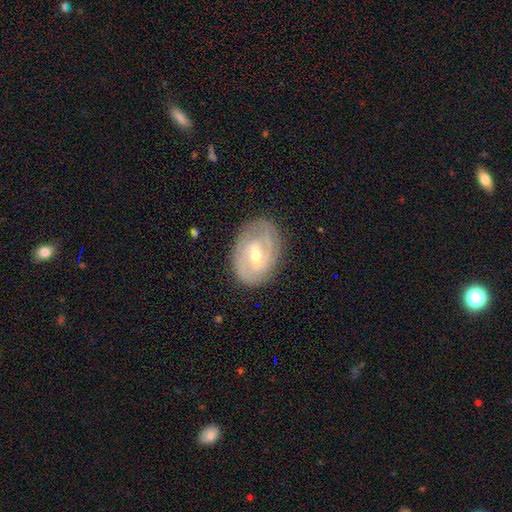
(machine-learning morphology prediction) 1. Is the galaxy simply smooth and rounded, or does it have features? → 80% featured or disk, 15% smooth, 6% star or artifact.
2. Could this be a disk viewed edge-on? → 95% no, 5% yes.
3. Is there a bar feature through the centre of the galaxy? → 51% weak, 30% strong, 19% no.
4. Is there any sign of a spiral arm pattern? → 84% yes, 16% no.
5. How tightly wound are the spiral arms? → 63% tight, 28% medium, 9% loose.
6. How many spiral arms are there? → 51% 2, 29% can't tell, 10% 3, 5% 1, 3% 4, 2% more than 4.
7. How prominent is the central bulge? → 58% moderate, 38% small, 2% large, 1% none, 1% dominant.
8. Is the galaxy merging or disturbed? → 79% none, 15% minor disturbance, 5% major disturbance, 1% merger.